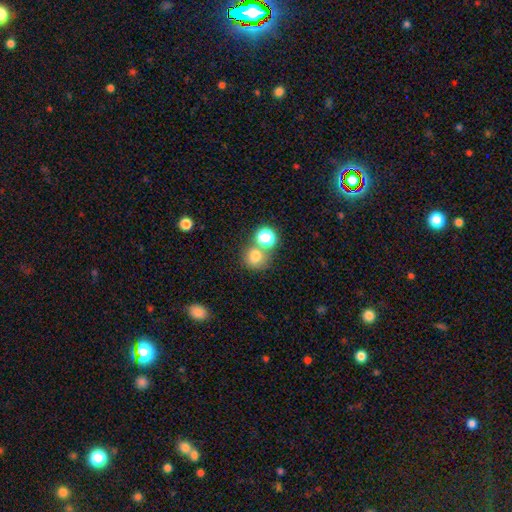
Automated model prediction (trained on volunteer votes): Q: Smooth or featured?
A: smooth (74%); runner-up: star or artifact (17%)
Q: How rounded?
A: round (82%); runner-up: in between (17%)
Q: Merging?
A: none (55%); runner-up: merger (32%)